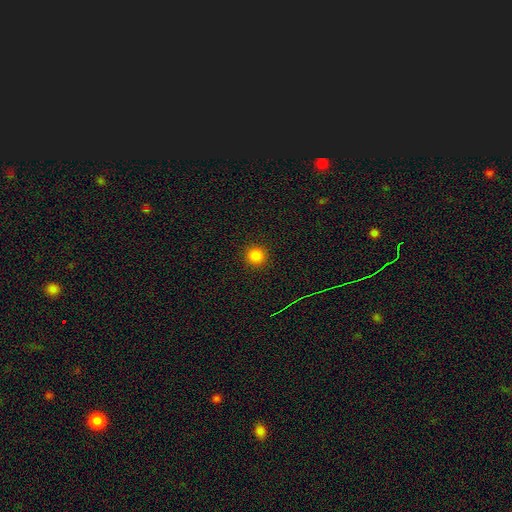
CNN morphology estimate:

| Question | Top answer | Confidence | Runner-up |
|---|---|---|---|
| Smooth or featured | smooth | 83% | star or artifact (13%) |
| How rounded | round | 94% | in between (5%) |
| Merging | none | 92% | minor disturbance (5%) |